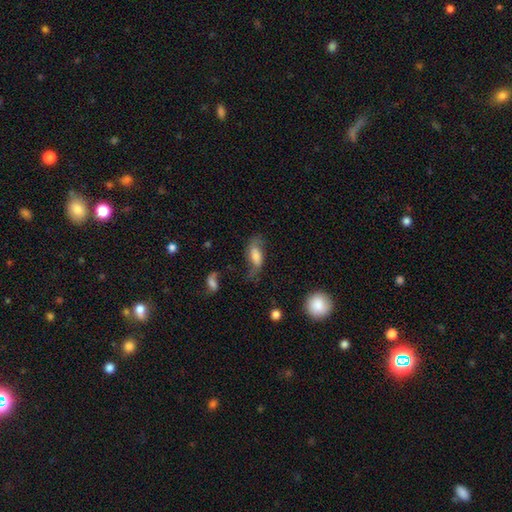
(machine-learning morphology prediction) Q: Smooth or featured?
A: smooth (52%); runner-up: featured or disk (39%)
Q: How rounded?
A: in between (83%); runner-up: cigar-shaped (12%)
Q: Merging?
A: none (47%); runner-up: minor disturbance (26%)